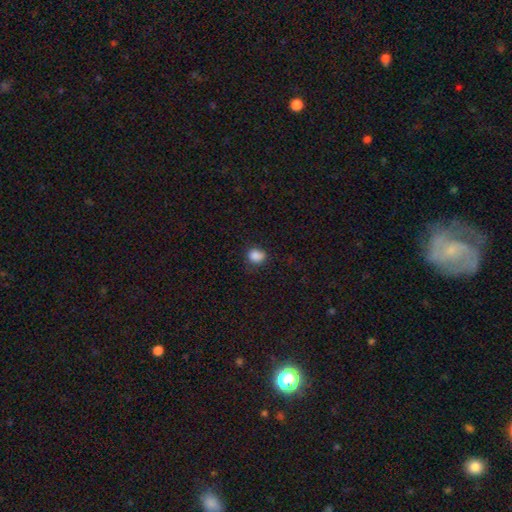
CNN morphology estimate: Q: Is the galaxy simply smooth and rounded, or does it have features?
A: smooth — 86%.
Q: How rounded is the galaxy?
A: round — 68%.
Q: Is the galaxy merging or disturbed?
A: none — 68%.